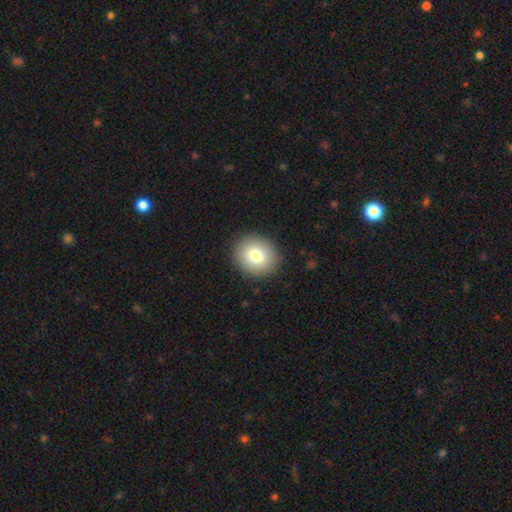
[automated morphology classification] type=smooth (79%); roundness=round (82%); merging=none (90%).